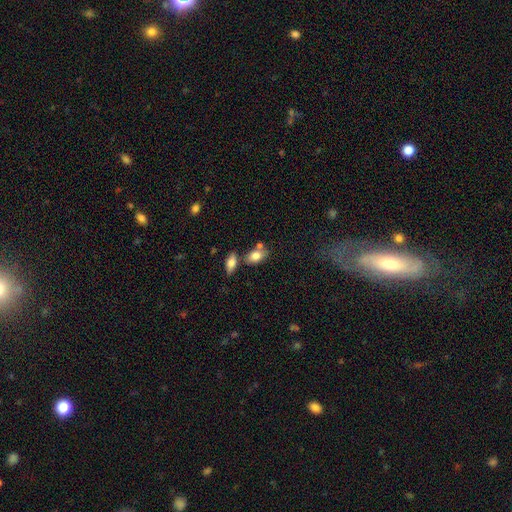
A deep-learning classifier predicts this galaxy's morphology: Smooth or featured? Predicted: smooth (p=0.80). How rounded? Predicted: in between (p=0.84). Merging? Predicted: none (p=0.56).